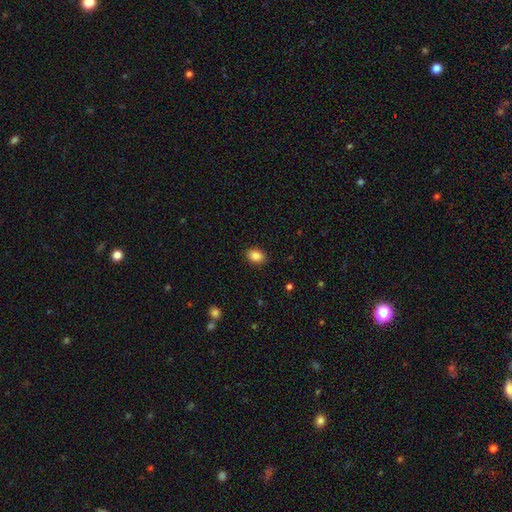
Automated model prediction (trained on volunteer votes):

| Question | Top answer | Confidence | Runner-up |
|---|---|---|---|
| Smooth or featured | smooth | 87% | star or artifact (9%) |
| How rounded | in between | 73% | round (26%) |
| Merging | none | 88% | minor disturbance (9%) |